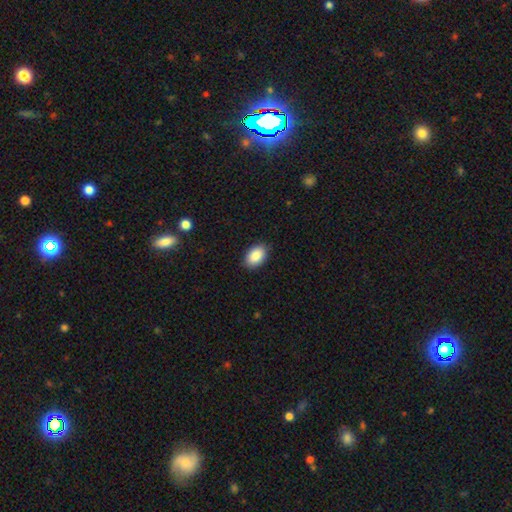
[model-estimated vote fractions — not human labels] Smooth or featured? Predicted: smooth (p=0.89). How rounded? Predicted: in between (p=0.89). Merging? Predicted: none (p=0.87).